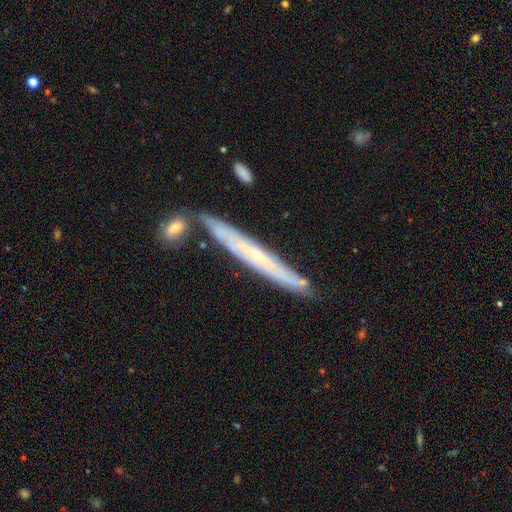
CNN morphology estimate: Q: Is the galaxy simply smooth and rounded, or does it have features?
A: featured or disk — 69%.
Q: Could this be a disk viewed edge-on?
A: yes — 82%.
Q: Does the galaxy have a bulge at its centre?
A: rounded — 52%.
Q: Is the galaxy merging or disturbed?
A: none — 77%.